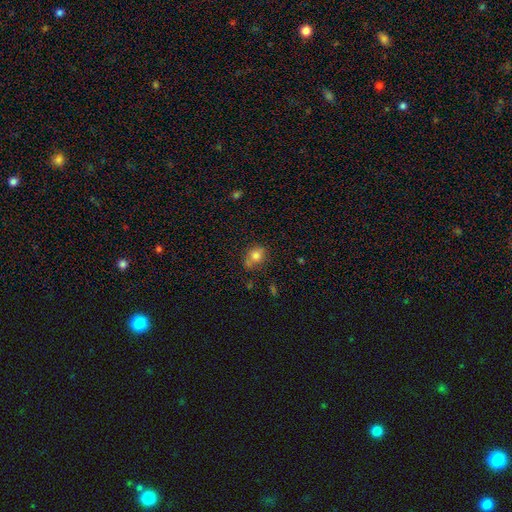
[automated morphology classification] Smooth or featured?
  - smooth: 77% *
  - featured or disk: 12%
  - star or artifact: 11%
How rounded?
  - round: 51% *
  - in between: 48%
  - cigar-shaped: 1%
Merging?
  - none: 58% *
  - minor disturbance: 25%
  - merger: 9%
  - major disturbance: 7%